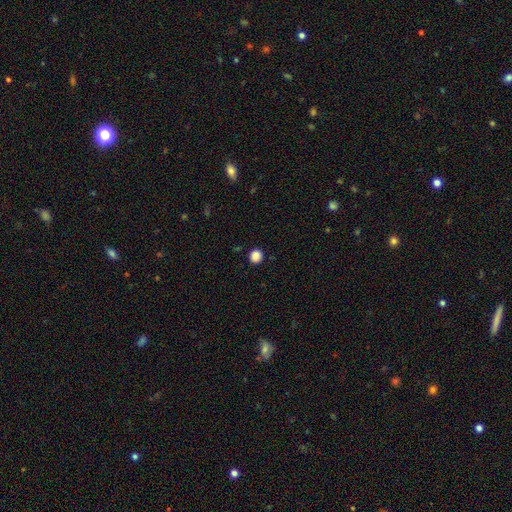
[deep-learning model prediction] A smooth galaxy with no disk features (87%) that is round (90%).

Vote fractions:
- Smooth or featured? smooth: 87% / star or artifact: 11% / featured or disk: 2%
- How rounded? round: 90% / in between: 9% / cigar-shaped: 1%
- Merging? none: 91% / minor disturbance: 6% / major disturbance: 2% / merger: 1%